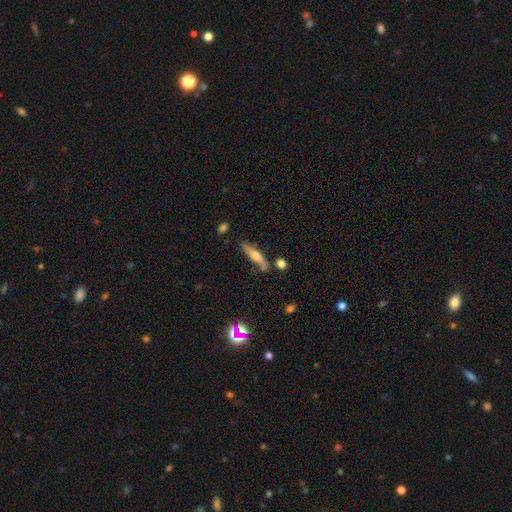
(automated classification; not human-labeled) The model was most divided on "smooth or featured": smooth: 48%, featured or disk: 45%, star or artifact: 7%. More confident: merging — none (69%).